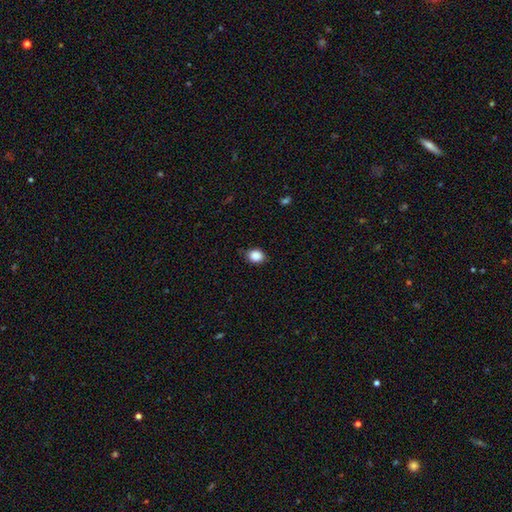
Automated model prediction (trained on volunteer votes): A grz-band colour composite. It shows a smooth galaxy with no disk features (88%) that is round (56%). Merging: none (82%).